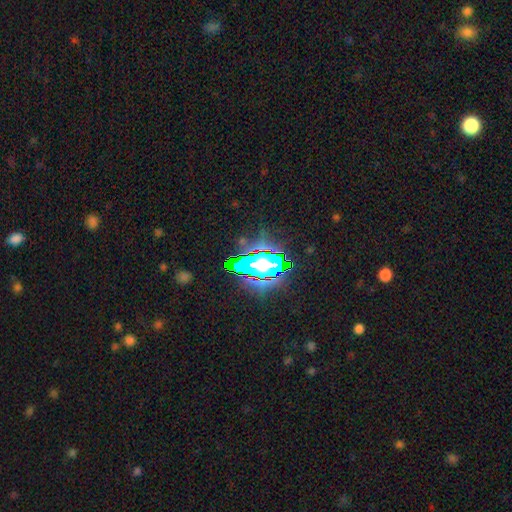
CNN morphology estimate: Overall: star or artifact (81%).